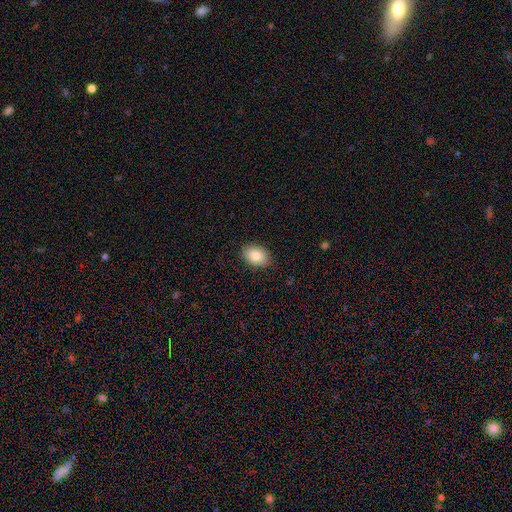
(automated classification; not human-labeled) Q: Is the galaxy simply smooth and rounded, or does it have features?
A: smooth — 84%.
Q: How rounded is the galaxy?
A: in between — 82%.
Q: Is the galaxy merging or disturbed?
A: none — 89%.